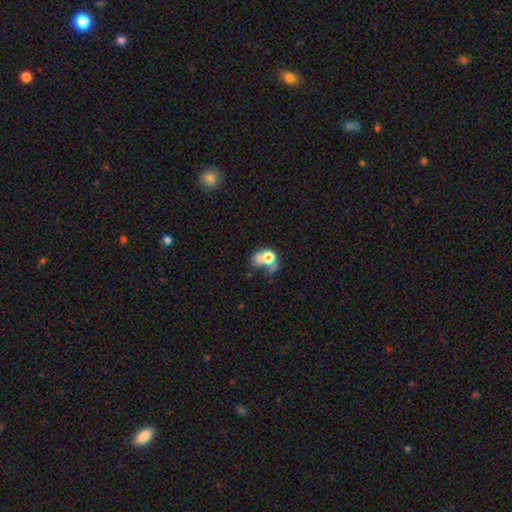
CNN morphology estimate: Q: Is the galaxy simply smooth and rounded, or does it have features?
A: smooth — 58%.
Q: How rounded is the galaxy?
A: round — 56%.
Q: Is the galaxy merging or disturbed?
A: merger — 32%.